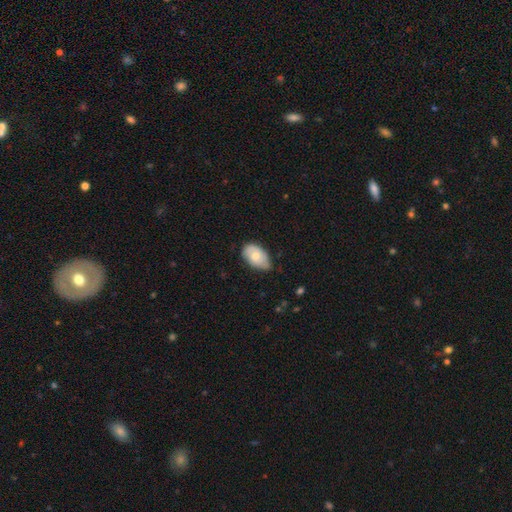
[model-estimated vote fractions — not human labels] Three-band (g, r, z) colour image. It shows a smooth galaxy with no disk features (67%) that is in between round and cigar-shaped (91%). Merging: none (56%).